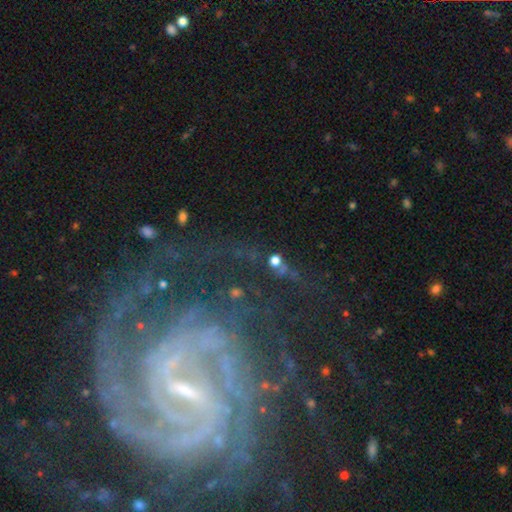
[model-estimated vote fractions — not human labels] The model was most divided on "bar": strong: 43%, weak: 41%, no: 16%. Remaining: edge-on disk — no (96%); spiral arms — yes (94%); smooth or featured — featured or disk (86%); bulge size — small (72%); merging — none (64%); spiral winding — tight (58%); spiral arm count — 2 (31%).